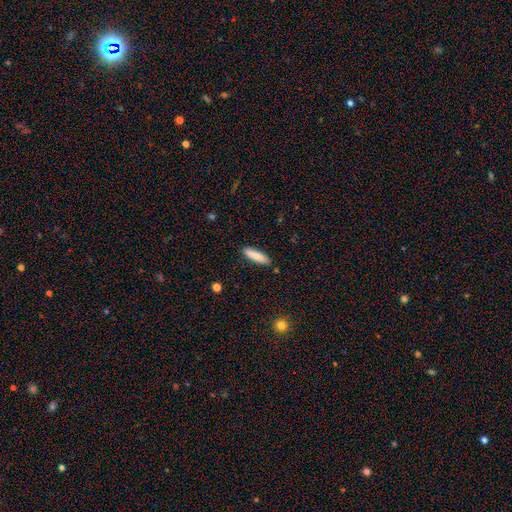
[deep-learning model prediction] smooth_or_featured: smooth (p=0.82) [alt: featured or disk p=0.12]
how_rounded: cigar-shaped (p=0.63) [alt: in between p=0.36]
merging: none (p=0.86) [alt: minor disturbance p=0.10]